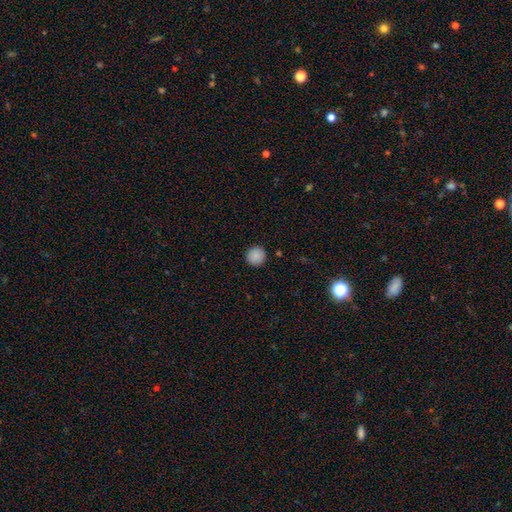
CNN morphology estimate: The model was most divided on "smooth or featured": smooth: 88%, star or artifact: 9%, featured or disk: 3%. More confident: how rounded — round (95%); merging — none (92%).